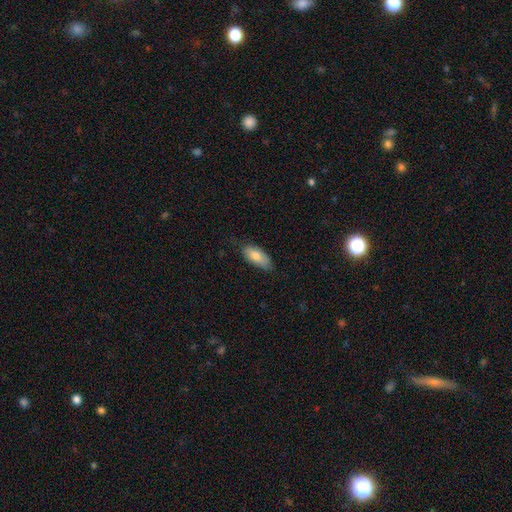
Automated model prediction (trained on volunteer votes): This appears to be a smooth galaxy with no disk features (80%) that is in between round and cigar-shaped (86%). Merging: none (72%).